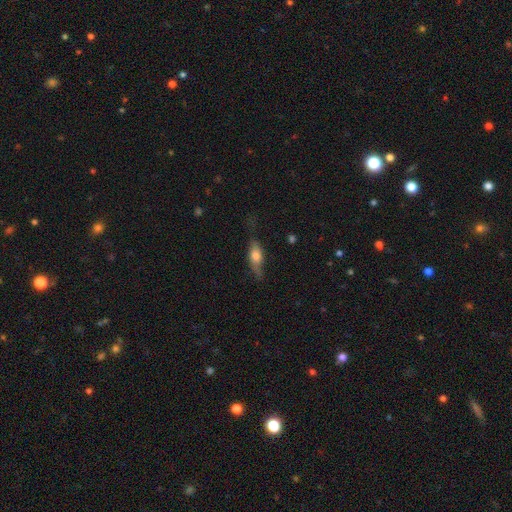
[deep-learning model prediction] Overall: smooth (60%; featured or disk 33%). How rounded: in between (68%). Merging: none (57%; minor disturbance 28%).